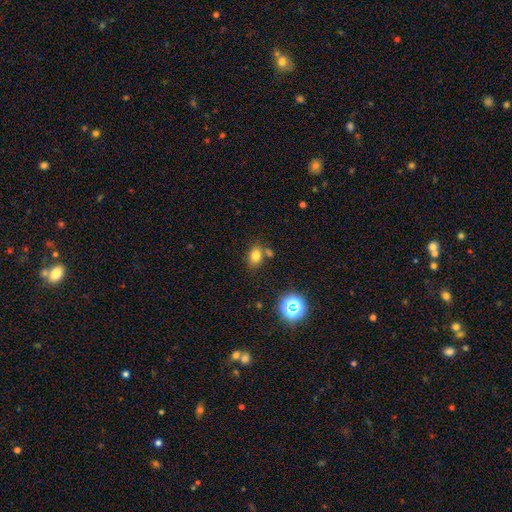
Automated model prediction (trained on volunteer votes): This appears to be a smooth galaxy with no disk features (76%) that is in between round and cigar-shaped (64%). Merging: none (64%).